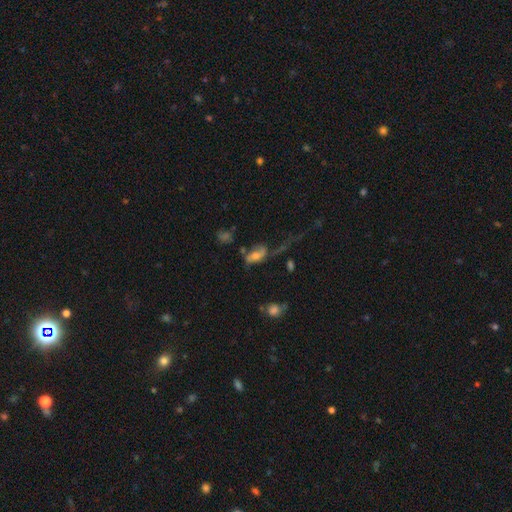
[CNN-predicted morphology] Q: Smooth or featured?
A: featured or disk (52%); runner-up: smooth (36%)
Q: Edge-on disk?
A: no (92%); runner-up: yes (8%)
Q: Merging?
A: major disturbance (35%); runner-up: none (33%)